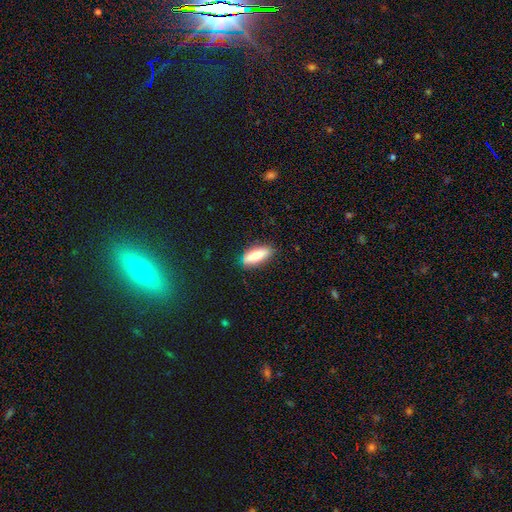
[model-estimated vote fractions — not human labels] Smooth or featured? Predicted: smooth (p=0.83). How rounded? Predicted: in between (p=0.65). Merging? Predicted: none (p=0.83).